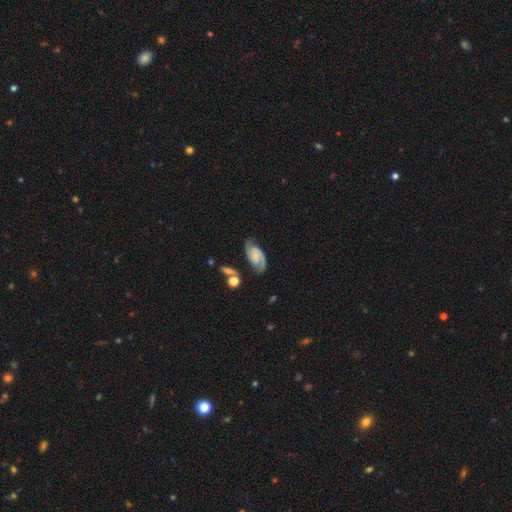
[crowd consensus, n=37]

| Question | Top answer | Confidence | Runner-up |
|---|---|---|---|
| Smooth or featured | featured or disk | 89% | smooth (5%) |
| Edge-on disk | no | 97% | yes (3%) |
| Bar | no | 50% | weak (28%) |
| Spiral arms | yes | 94% | no (6%) |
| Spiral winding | medium | 63% | tight (27%) |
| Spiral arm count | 2 | 93% | 4 (7%) |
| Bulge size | none | 41% | moderate (28%) |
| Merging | none | 69% | minor disturbance (23%) |